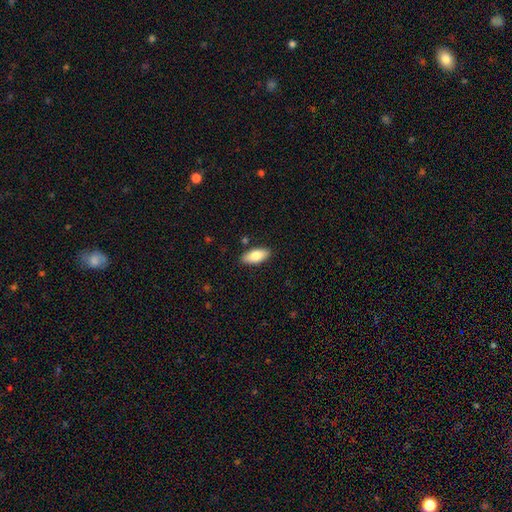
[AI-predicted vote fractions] Overall: smooth (79%). How rounded: in between (86%). Merging: none (87%).